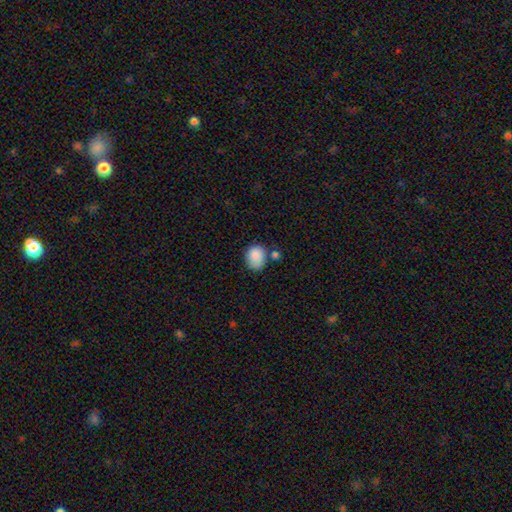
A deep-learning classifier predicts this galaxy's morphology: This is clearly a smooth galaxy (87%). How rounded: possibly round (53%). Merging: possibly none (60%).